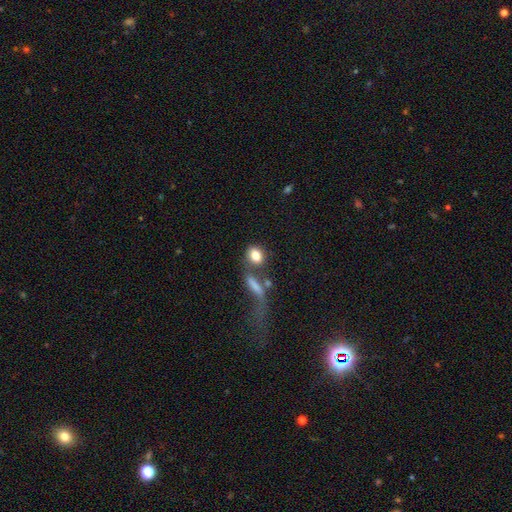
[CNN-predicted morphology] Smooth or featured?
  - smooth: 81% *
  - featured or disk: 10%
  - star or artifact: 9%
How rounded?
  - in between: 63% *
  - round: 31%
  - cigar-shaped: 5%
Merging?
  - none: 48% *
  - merger: 28%
  - minor disturbance: 13%
  - major disturbance: 11%